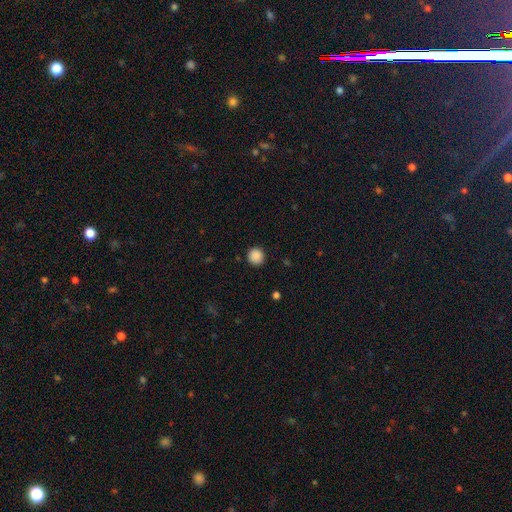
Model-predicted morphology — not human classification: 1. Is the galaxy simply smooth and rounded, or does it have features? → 88% smooth, 9% star or artifact, 2% featured or disk.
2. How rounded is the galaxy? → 94% round, 5% in between, 1% cigar-shaped.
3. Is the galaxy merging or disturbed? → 91% none, 6% minor disturbance, 2% major disturbance, 1% merger.